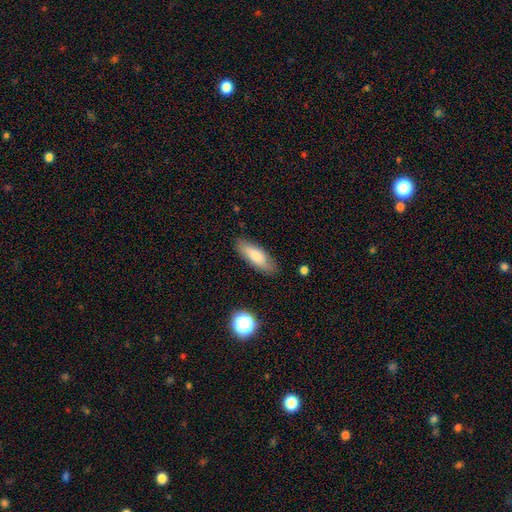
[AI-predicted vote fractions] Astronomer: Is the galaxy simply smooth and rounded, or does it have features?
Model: smooth — 77%.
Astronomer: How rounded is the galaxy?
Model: in between — 64%.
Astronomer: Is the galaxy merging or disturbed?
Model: none — 83%.